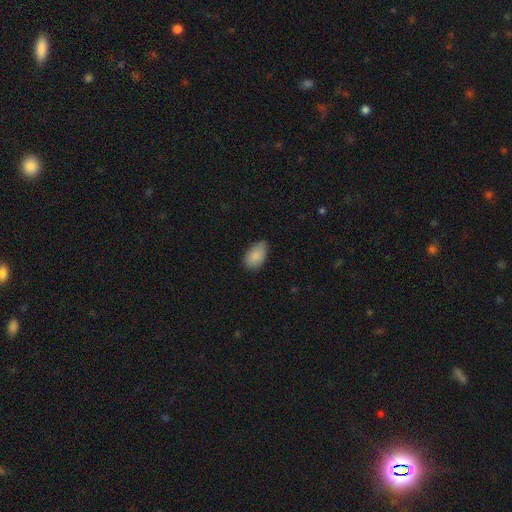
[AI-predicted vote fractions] Smooth or featured: smooth — 87% (star or artifact — 7%)
How rounded: in between — 93% (round — 6%)
Merging: none — 73% (minor disturbance — 23%)